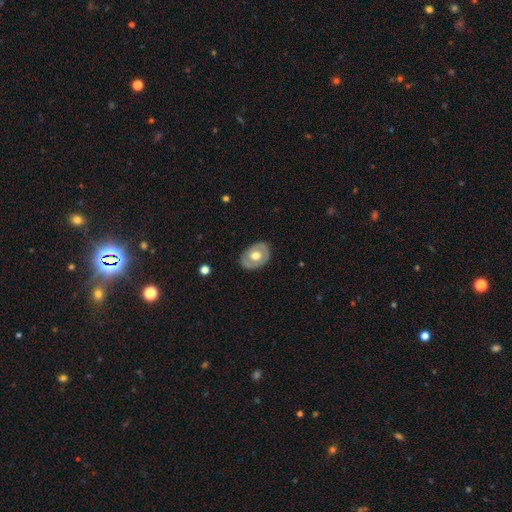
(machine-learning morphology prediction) smooth_or_featured: featured or disk (p=0.53) [alt: smooth p=0.42]
disk_edge_on: no (p=0.92) [alt: yes p=0.08]
merging: none (p=0.80) [alt: minor disturbance p=0.15]